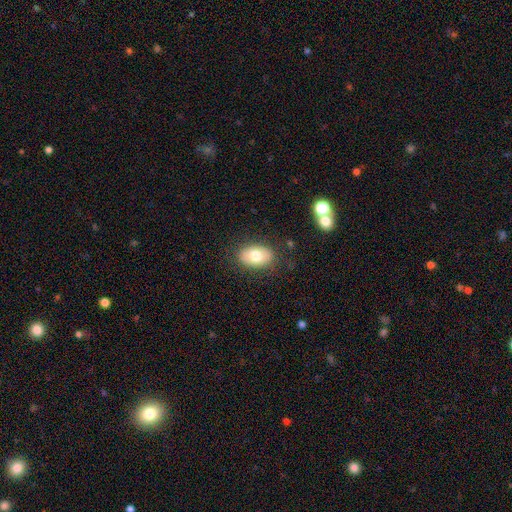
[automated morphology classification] Overall: smooth (75%). How rounded: in between (87%). Merging: none (83%).